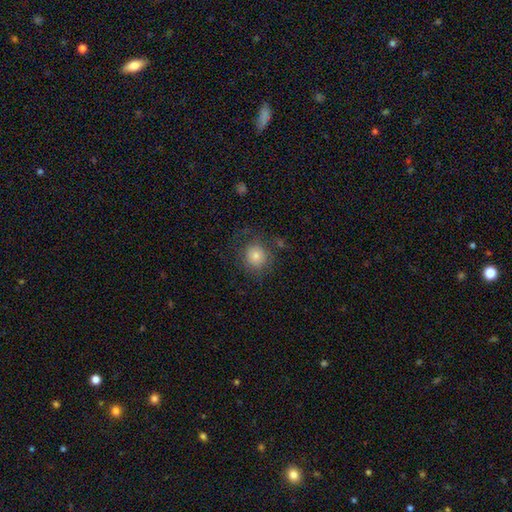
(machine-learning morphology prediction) A smooth galaxy with no disk features (76%) that is round (87%).

Vote fractions:
- Smooth or featured? smooth: 76% / featured or disk: 12% / star or artifact: 12%
- How rounded? round: 87% / in between: 12% / cigar-shaped: 1%
- Merging? none: 73% / minor disturbance: 15% / major disturbance: 9% / merger: 3%